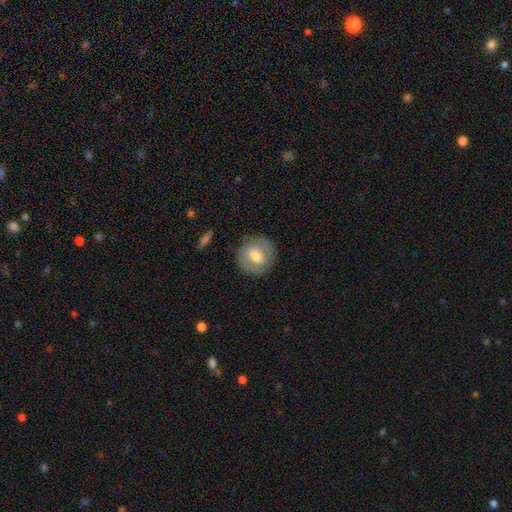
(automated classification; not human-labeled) A featured or disk galaxy (55%) with a weak bar (50%), spiral arms (68%) and a moderate central bulge (64%). Merging: none (83%).